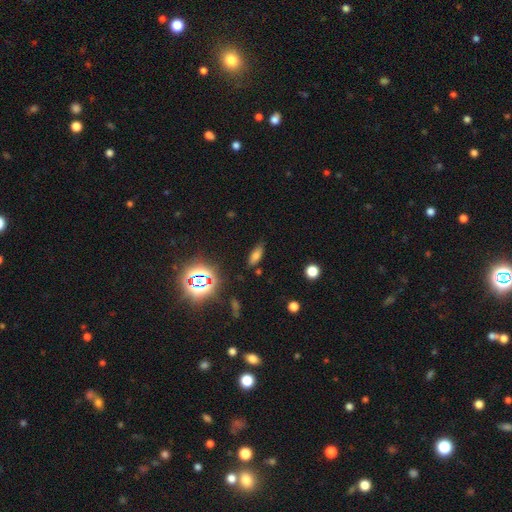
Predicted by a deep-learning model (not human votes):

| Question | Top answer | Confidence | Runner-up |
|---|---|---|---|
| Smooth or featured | smooth | 68% | star or artifact (20%) |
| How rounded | in between | 74% | cigar-shaped (21%) |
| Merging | none | 79% | minor disturbance (15%) |